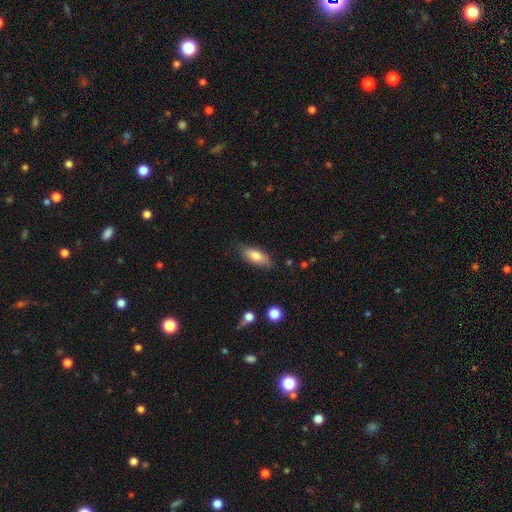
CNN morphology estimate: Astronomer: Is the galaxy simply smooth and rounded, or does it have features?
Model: smooth — 77%.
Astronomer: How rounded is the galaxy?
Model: in between — 81%.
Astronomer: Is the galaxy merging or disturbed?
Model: none — 76%.